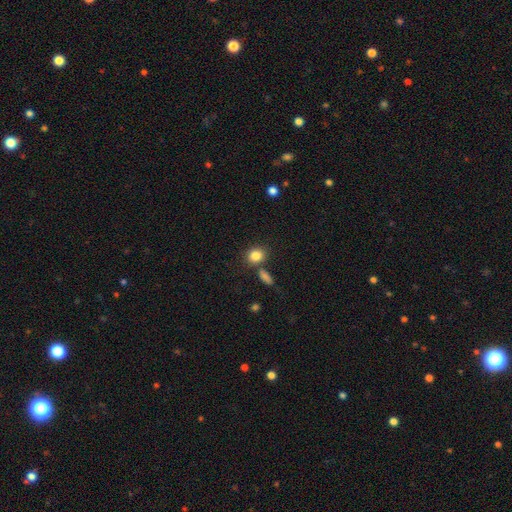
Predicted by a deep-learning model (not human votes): Smooth or featured? smooth (84%)
How rounded? round (68%)
Merging? none (70%)